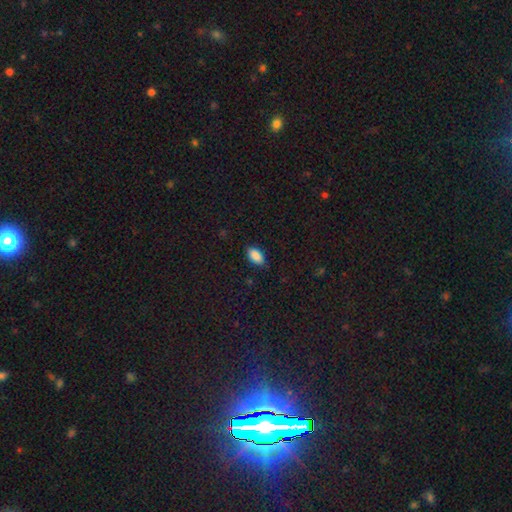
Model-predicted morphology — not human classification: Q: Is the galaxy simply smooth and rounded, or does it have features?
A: smooth — 89%.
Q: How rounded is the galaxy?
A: in between — 93%.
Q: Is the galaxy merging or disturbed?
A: none — 85%.